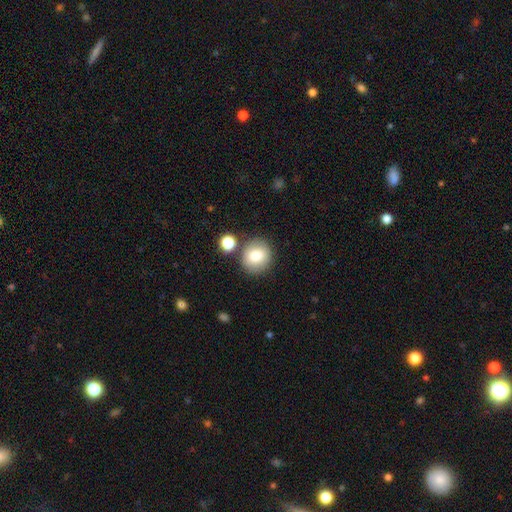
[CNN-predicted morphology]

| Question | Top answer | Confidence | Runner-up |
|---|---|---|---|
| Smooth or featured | smooth | 79% | featured or disk (11%) |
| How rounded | round | 83% | in between (16%) |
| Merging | none | 77% | minor disturbance (10%) |